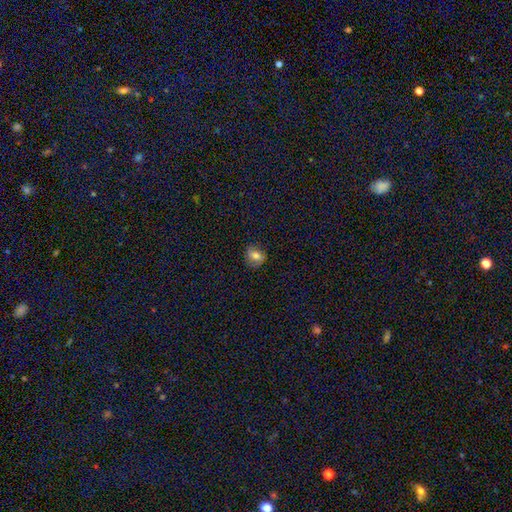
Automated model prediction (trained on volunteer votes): A smooth galaxy with no disk features (70%) that is round (57%). Merging: none (75%).